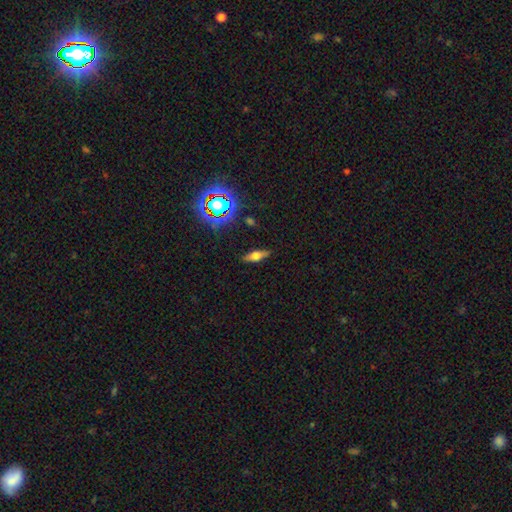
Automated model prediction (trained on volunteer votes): smooth-or-featured: smooth: 45% | featured or disk: 41% | star or artifact: 14%
  merging: none: 85% | minor disturbance: 11% | major disturbance: 3% | merger: 1%